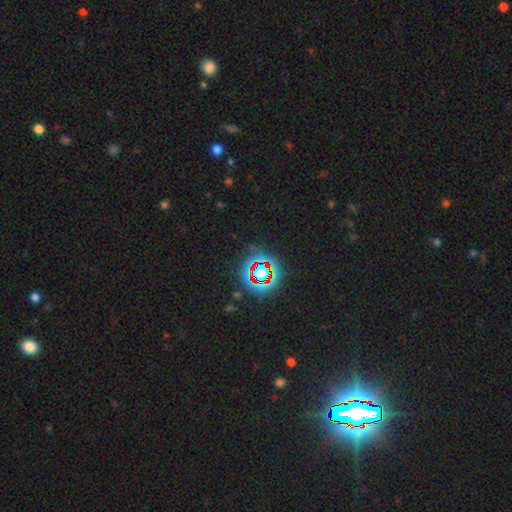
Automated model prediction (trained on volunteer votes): Morphology: type=star or artifact (76%).